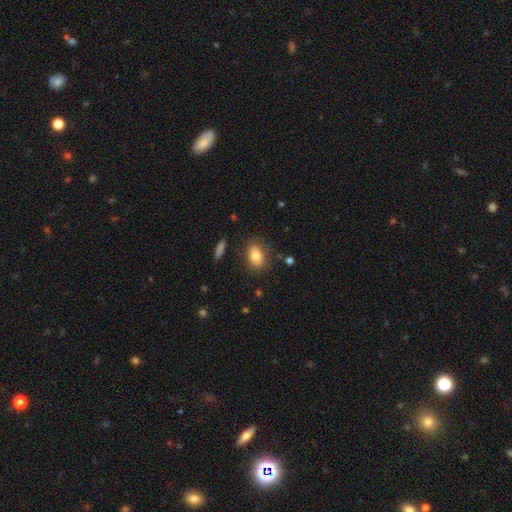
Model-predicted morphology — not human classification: This appears to be a smooth galaxy with no disk features (82%) that is in between round and cigar-shaped (84%). Merging: none (83%).